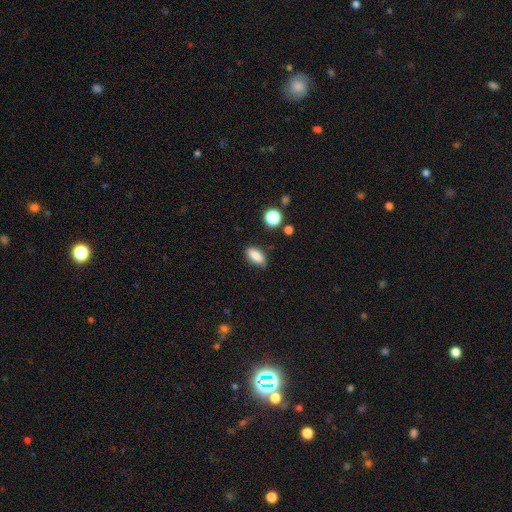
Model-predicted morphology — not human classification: Smooth or featured: smooth — 84% (star or artifact — 9%)
How rounded: in between — 84% (cigar-shaped — 10%)
Merging: none — 78% (minor disturbance — 17%)